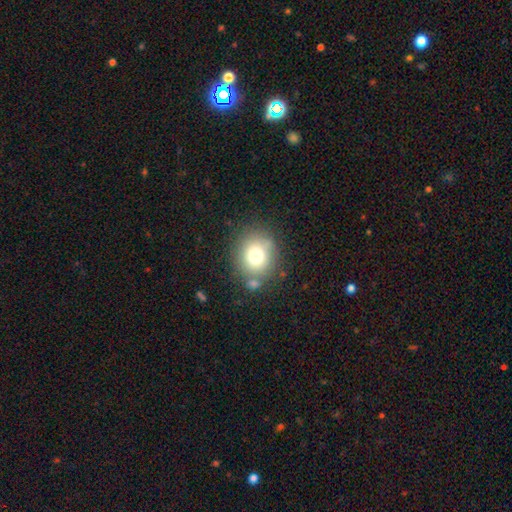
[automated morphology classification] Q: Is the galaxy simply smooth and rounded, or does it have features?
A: smooth — 74%.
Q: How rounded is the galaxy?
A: round — 77%.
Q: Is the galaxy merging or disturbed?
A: none — 72%.